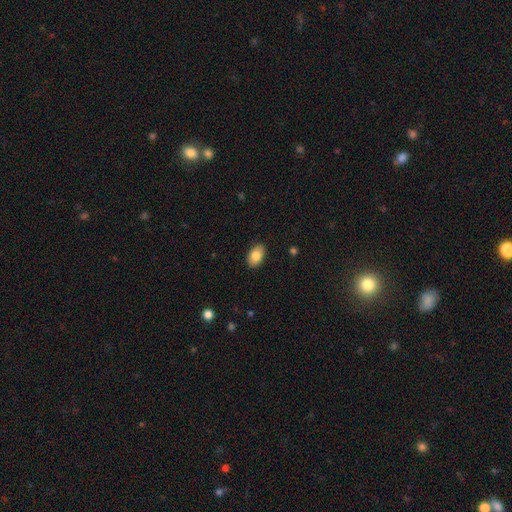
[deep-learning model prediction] smooth_or_featured: smooth (p=0.83) [alt: featured or disk p=0.10]
how_rounded: in between (p=0.91) [alt: round p=0.07]
merging: none (p=0.87) [alt: minor disturbance p=0.10]